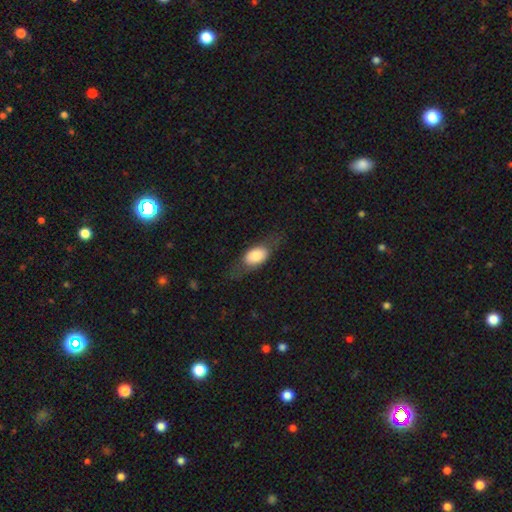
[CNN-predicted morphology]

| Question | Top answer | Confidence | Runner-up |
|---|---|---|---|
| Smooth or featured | smooth | 67% | featured or disk (26%) |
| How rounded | in between | 81% | round (11%) |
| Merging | none | 66% | minor disturbance (20%) |